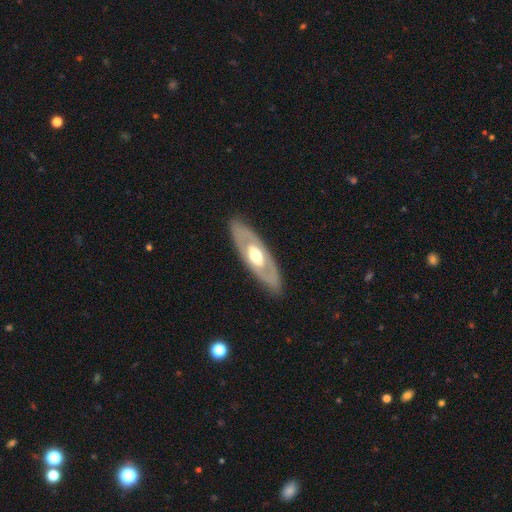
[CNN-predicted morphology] A featured or disk galaxy (62%).

Vote fractions:
- Smooth or featured? featured or disk: 62% / smooth: 33% / star or artifact: 4%
- Edge-on disk? no: 78% / yes: 22%
- Merging? none: 85% / minor disturbance: 11% / major disturbance: 4% / merger: 1%